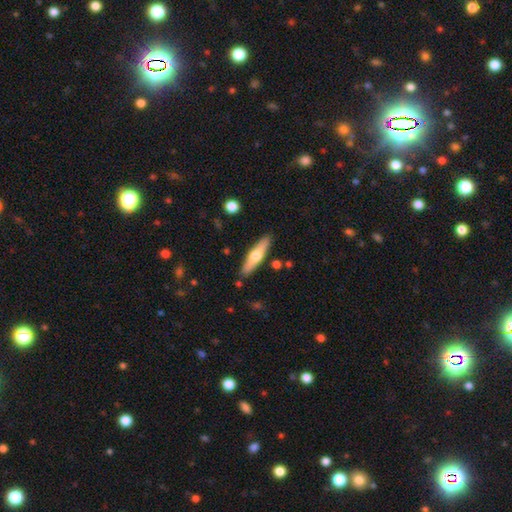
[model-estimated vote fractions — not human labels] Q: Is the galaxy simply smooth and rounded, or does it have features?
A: featured or disk — 49%.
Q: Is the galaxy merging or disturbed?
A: none — 87%.